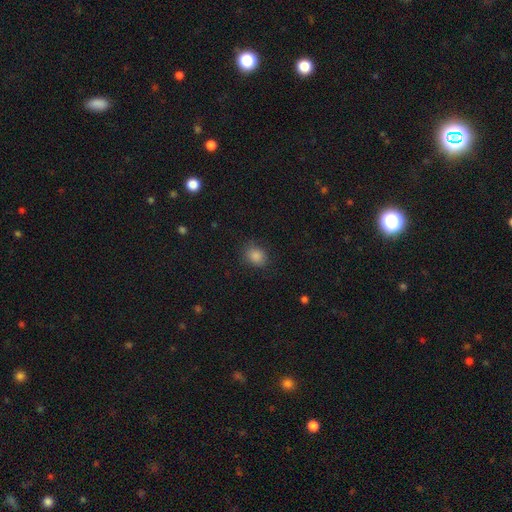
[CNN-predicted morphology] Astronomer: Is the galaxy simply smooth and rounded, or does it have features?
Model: smooth — 84%.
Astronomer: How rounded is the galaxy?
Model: round — 54% (runner-up: in between, 45%).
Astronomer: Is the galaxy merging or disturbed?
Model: none — 82%.